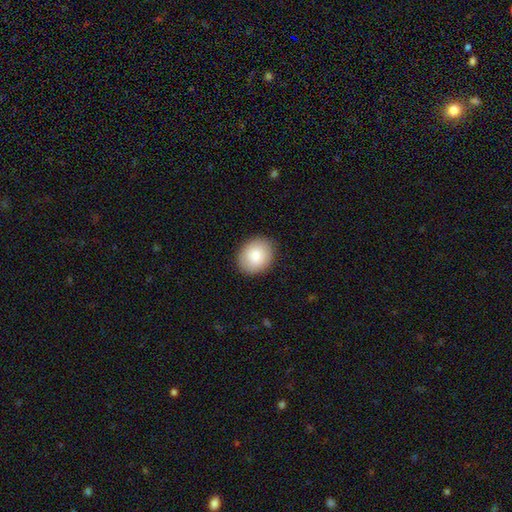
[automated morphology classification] Smooth or featured?
  - smooth: 82% *
  - featured or disk: 11%
  - star or artifact: 7%
How rounded?
  - round: 57% *
  - in between: 42%
  - cigar-shaped: 1%
Merging?
  - none: 88% *
  - minor disturbance: 9%
  - major disturbance: 2%
  - merger: 1%